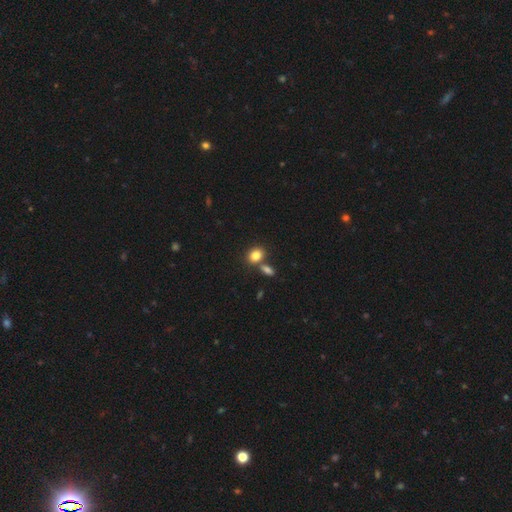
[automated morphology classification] type=smooth (84%); roundness=in between (64%); merging=none (58%).